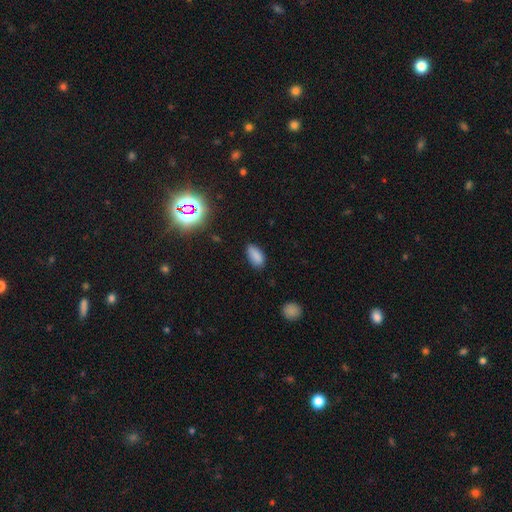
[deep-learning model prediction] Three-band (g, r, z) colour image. It shows a smooth galaxy with no disk features (84%) that is in between round and cigar-shaped (90%). Merging: none (80%).